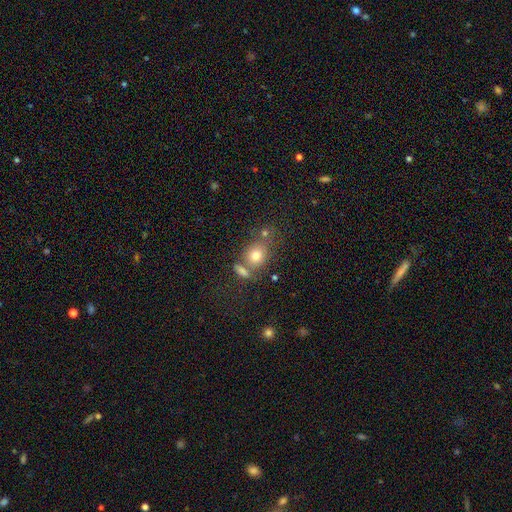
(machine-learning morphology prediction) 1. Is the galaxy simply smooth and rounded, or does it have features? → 75% smooth, 13% star or artifact, 12% featured or disk.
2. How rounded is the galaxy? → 62% round, 37% in between, 2% cigar-shaped.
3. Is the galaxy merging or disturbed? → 54% none, 26% merger, 13% minor disturbance, 6% major disturbance.